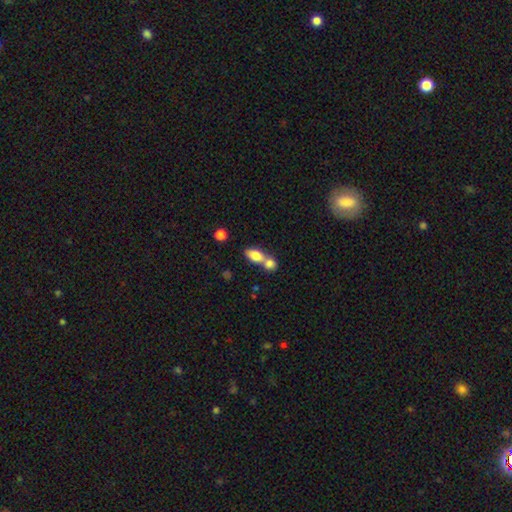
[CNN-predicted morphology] Smooth or featured? smooth (79%)
How rounded? in between (81%)
Merging? merger (62%)